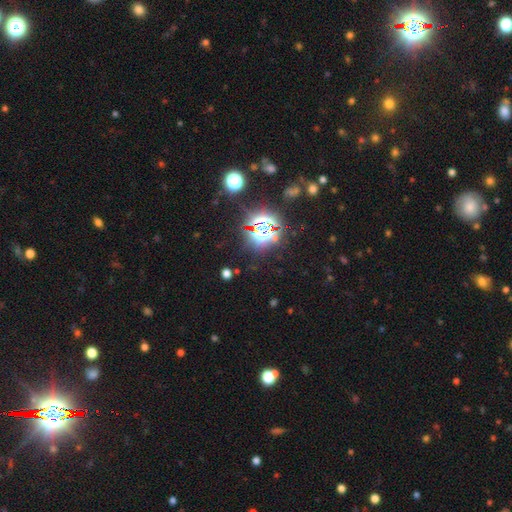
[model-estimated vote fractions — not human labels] Morphology: type=star or artifact (81%).